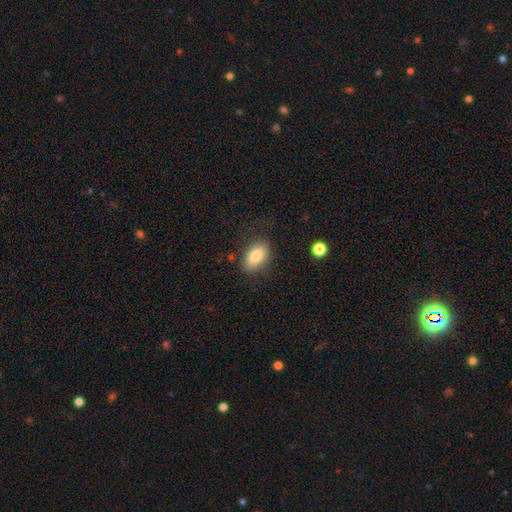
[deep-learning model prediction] Q: Smooth or featured?
A: smooth (83%); runner-up: featured or disk (10%)
Q: How rounded?
A: in between (90%); runner-up: round (7%)
Q: Merging?
A: none (81%); runner-up: minor disturbance (13%)